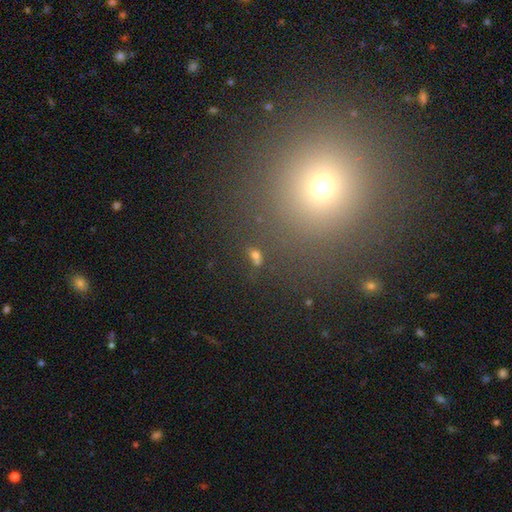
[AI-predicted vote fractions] Smooth or featured?
  - smooth: 62% *
  - star or artifact: 27%
  - featured or disk: 11%
How rounded?
  - in between: 71% *
  - round: 24%
  - cigar-shaped: 6%
Merging?
  - none: 55% *
  - merger: 21%
  - minor disturbance: 15%
  - major disturbance: 9%